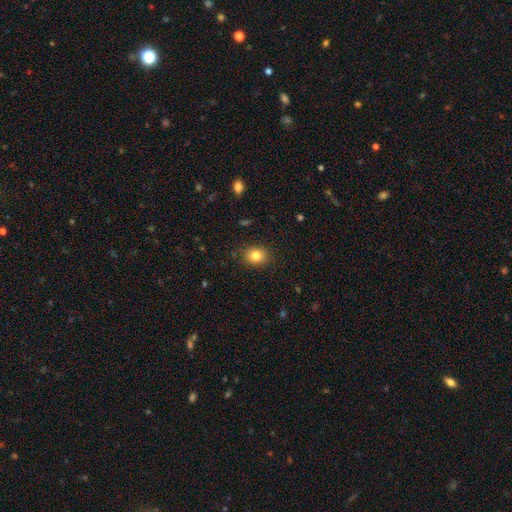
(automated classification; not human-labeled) This is clearly a smooth galaxy (82%). How rounded: possibly round (58%). Merging: clearly none (87%).